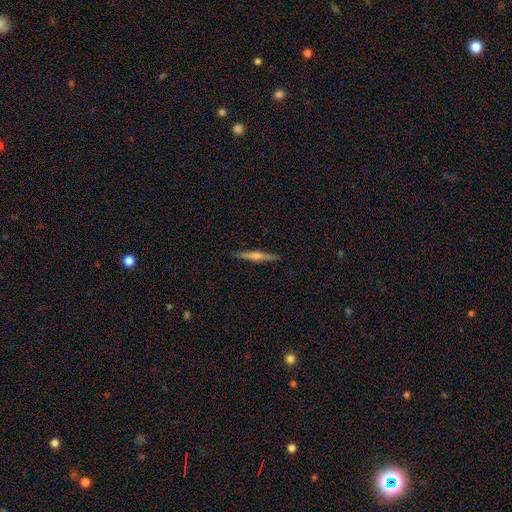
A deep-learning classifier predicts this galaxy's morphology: type=featured or disk (66%); edge-on=yes (97%); edge-on bulge=rounded (74%); merging=none (90%).